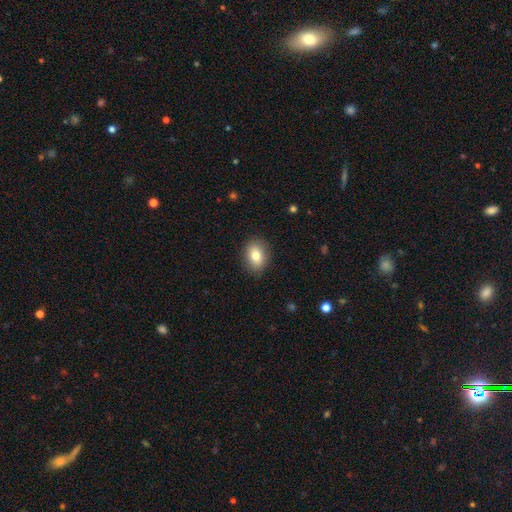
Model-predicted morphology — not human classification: Overall: smooth (81%). How rounded: in between (71%). Merging: none (87%).